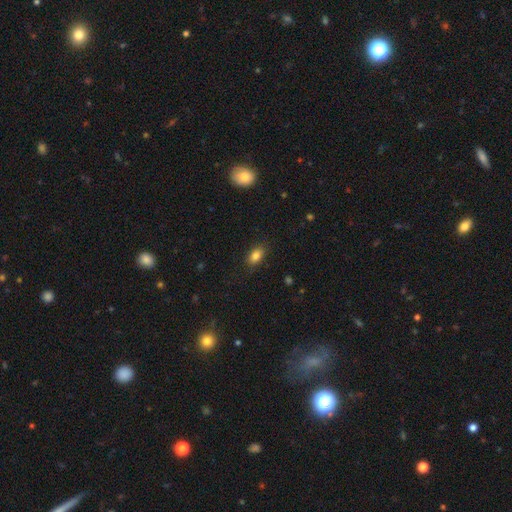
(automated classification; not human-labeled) Smooth or featured?
  - smooth: 84% *
  - star or artifact: 9%
  - featured or disk: 7%
How rounded?
  - in between: 87% *
  - round: 11%
  - cigar-shaped: 3%
Merging?
  - none: 84% *
  - minor disturbance: 12%
  - major disturbance: 3%
  - merger: 1%